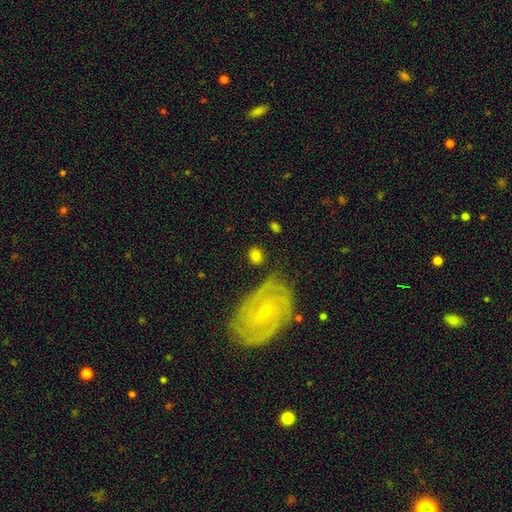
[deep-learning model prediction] Smooth or featured: smooth — 76% (featured or disk — 16%)
How rounded: round — 64% (in between — 34%)
Merging: none — 81% (minor disturbance — 11%)